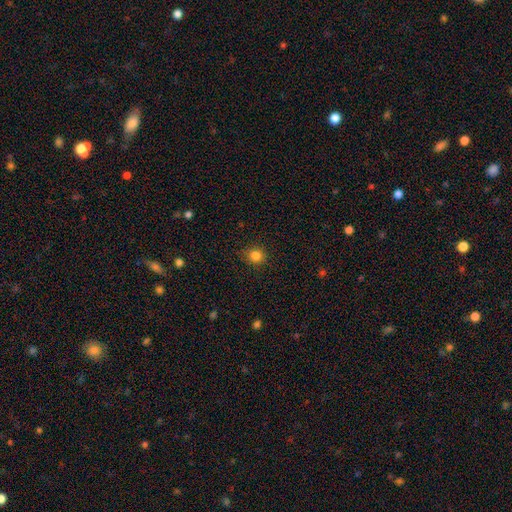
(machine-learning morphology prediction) A smooth galaxy with no disk features (84%) that is round (90%). Merging: none (89%).